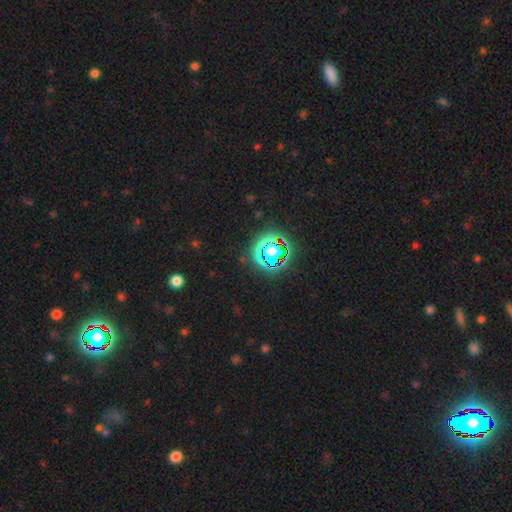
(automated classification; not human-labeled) A star or artifact, not a galaxy (80%).

Vote fractions:
- Smooth or featured? star or artifact: 80% / smooth: 13% / featured or disk: 7%